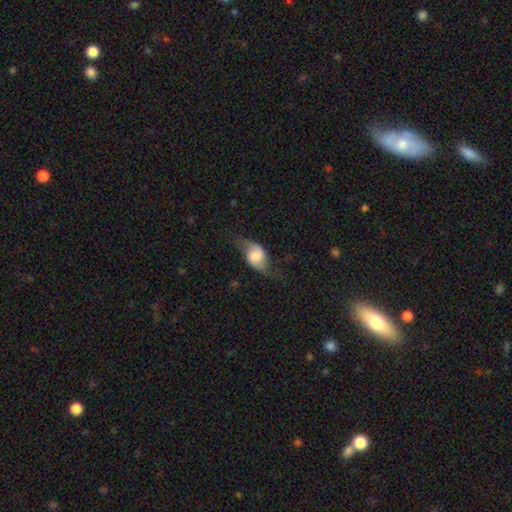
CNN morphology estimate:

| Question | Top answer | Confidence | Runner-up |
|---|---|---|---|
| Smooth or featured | featured or disk | 57% | smooth (35%) |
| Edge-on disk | no | 92% | yes (8%) |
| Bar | no | 53% | weak (35%) |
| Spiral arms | yes | 86% | no (14%) |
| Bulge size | moderate | 31% | large (26%) |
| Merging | none | 56% | minor disturbance (26%) |